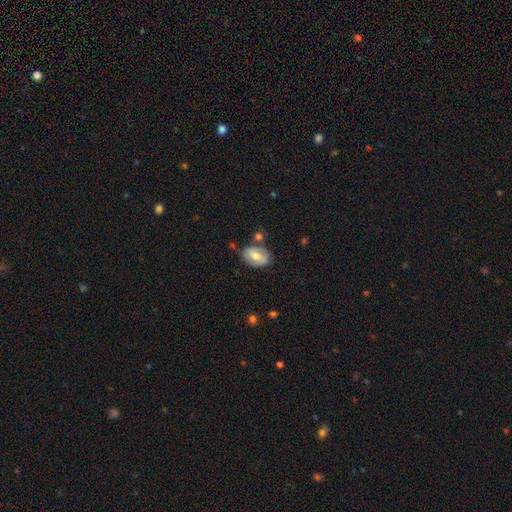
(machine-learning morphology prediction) Smooth or featured?
  - smooth: 58% *
  - featured or disk: 35%
  - star or artifact: 7%
How rounded?
  - in between: 80% *
  - round: 19%
  - cigar-shaped: 1%
Merging?
  - none: 68% *
  - minor disturbance: 18%
  - merger: 9%
  - major disturbance: 5%